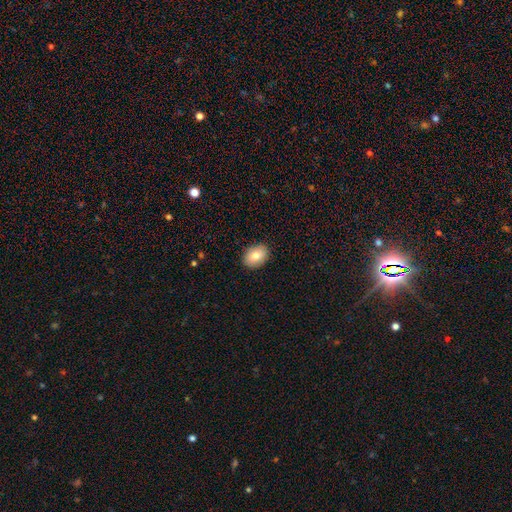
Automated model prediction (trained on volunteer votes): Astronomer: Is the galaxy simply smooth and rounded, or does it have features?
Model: smooth — 81%.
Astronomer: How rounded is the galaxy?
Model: in between — 78%.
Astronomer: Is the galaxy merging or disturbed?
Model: none — 90%.